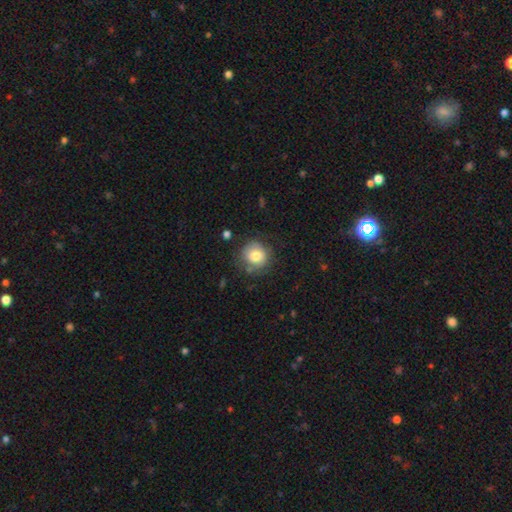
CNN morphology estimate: Smooth or featured? smooth (77%)
How rounded? round (89%)
Merging? none (75%)